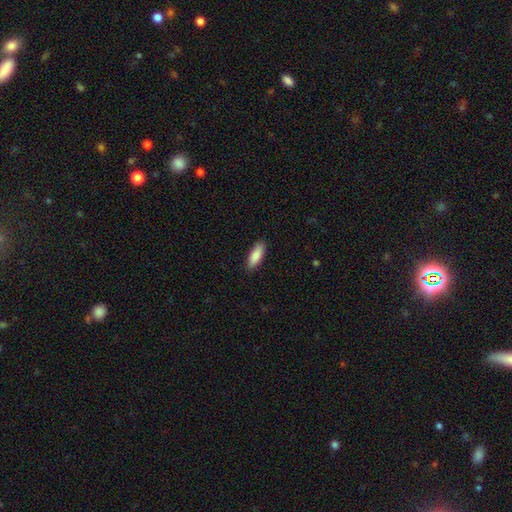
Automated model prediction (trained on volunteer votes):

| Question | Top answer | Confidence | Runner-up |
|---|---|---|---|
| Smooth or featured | smooth | 87% | featured or disk (7%) |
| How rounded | in between | 65% | cigar-shaped (33%) |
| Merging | none | 87% | minor disturbance (10%) |